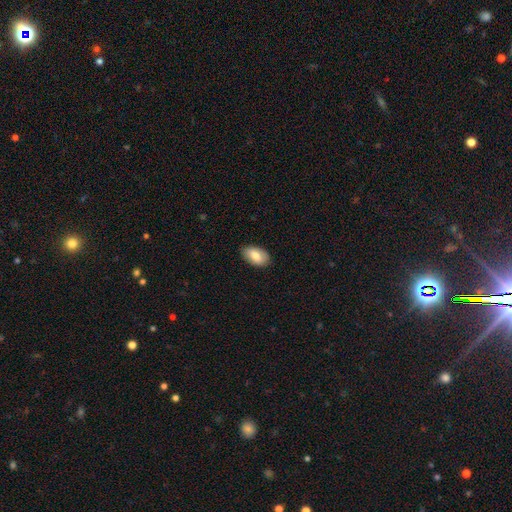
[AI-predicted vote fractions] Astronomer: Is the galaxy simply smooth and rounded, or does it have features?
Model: smooth — 80%.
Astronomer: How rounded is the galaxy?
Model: in between — 93%.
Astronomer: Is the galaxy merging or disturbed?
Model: none — 85%.